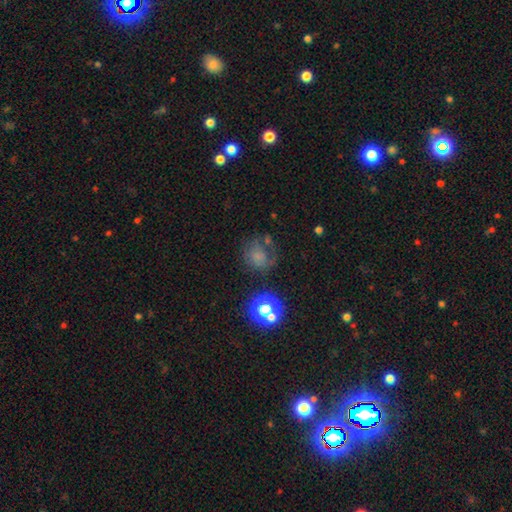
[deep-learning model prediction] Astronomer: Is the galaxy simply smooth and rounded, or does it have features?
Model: smooth — 52%.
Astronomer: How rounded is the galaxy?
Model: round — 76%.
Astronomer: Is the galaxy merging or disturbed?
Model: none — 49%.